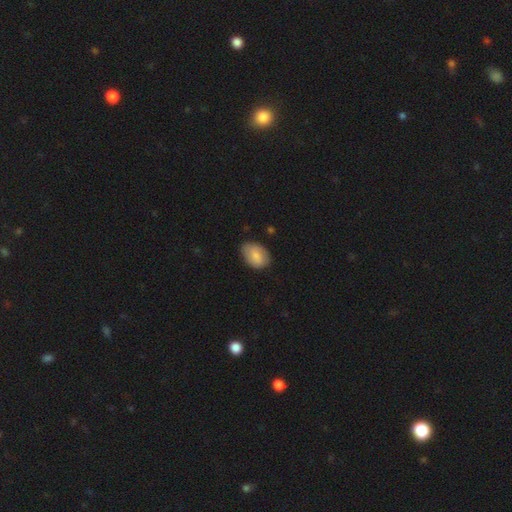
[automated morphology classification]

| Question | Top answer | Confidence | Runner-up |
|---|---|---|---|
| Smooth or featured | smooth | 82% | featured or disk (12%) |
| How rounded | in between | 85% | round (13%) |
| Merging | none | 74% | minor disturbance (22%) |